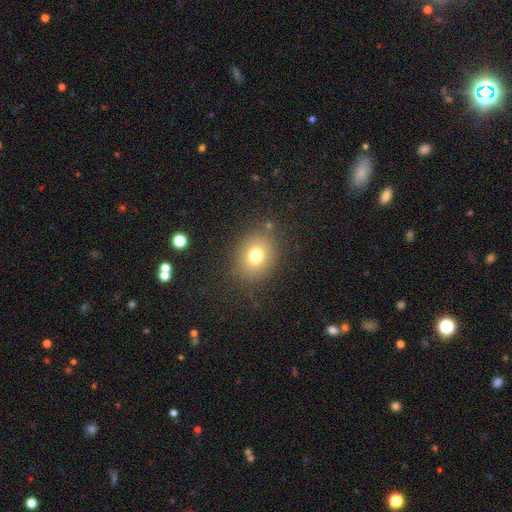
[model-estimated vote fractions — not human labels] smooth_or_featured: smooth (p=0.74) [alt: star or artifact p=0.14]
how_rounded: round (p=0.54) [alt: in between p=0.45]
merging: none (p=0.82) [alt: minor disturbance p=0.11]